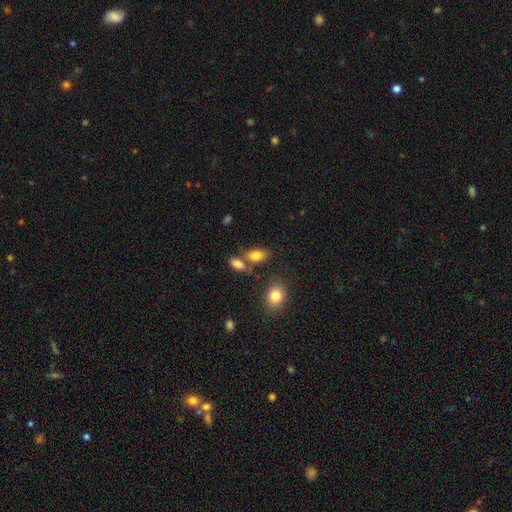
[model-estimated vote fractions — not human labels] Smooth or featured?
  - smooth: 82% *
  - star or artifact: 9%
  - featured or disk: 9%
How rounded?
  - in between: 88% *
  - round: 9%
  - cigar-shaped: 4%
Merging?
  - none: 57% *
  - merger: 25%
  - minor disturbance: 13%
  - major disturbance: 5%